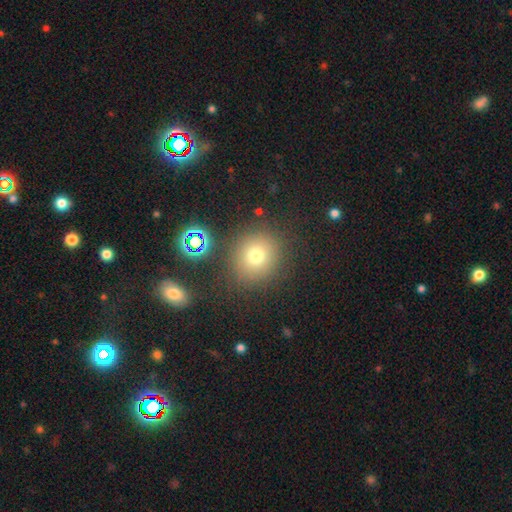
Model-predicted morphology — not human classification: Smooth or featured?
  - smooth: 72% *
  - star or artifact: 19%
  - featured or disk: 9%
How rounded?
  - round: 86% *
  - in between: 13%
  - cigar-shaped: 1%
Merging?
  - none: 83% *
  - minor disturbance: 9%
  - major disturbance: 4%
  - merger: 4%